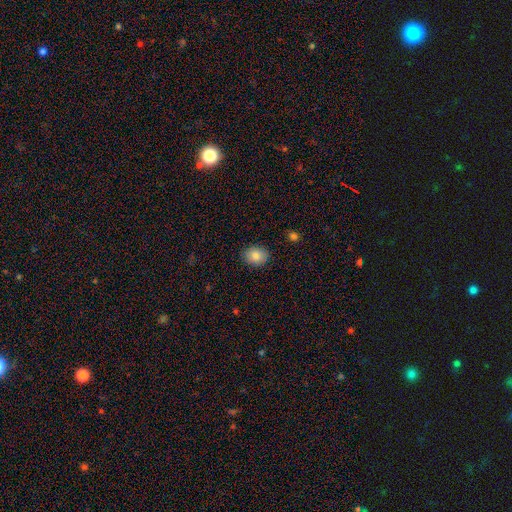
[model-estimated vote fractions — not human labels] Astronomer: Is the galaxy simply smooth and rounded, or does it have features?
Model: smooth — 83%.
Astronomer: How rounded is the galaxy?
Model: in between — 54% (runner-up: round, 45%).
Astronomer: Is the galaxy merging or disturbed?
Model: none — 88%.